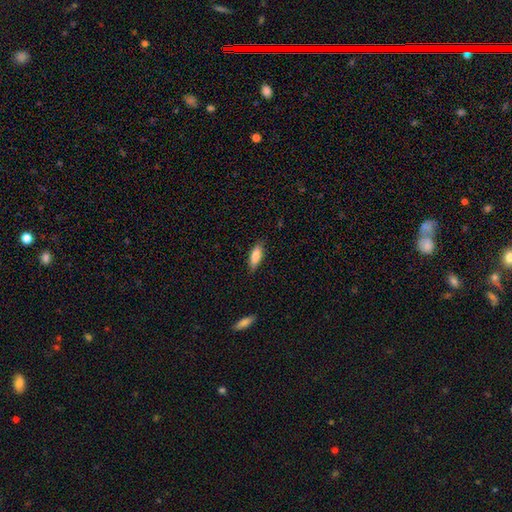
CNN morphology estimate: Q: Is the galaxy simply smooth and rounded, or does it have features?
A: smooth — 82%.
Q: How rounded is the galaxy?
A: in between — 64%.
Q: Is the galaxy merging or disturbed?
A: none — 83%.